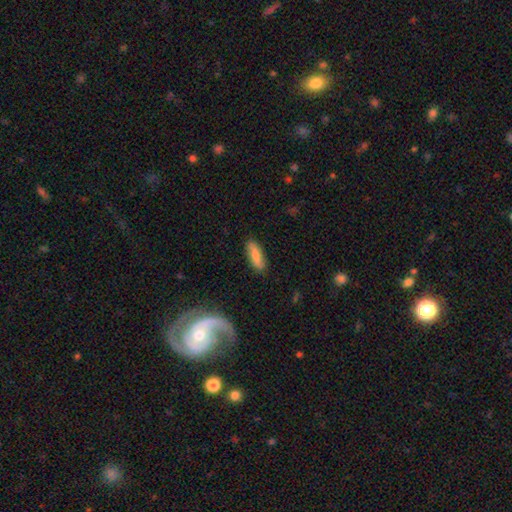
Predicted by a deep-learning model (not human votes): A smooth galaxy with no disk features (78%) that is in between round and cigar-shaped (51%). Merging: none (83%).